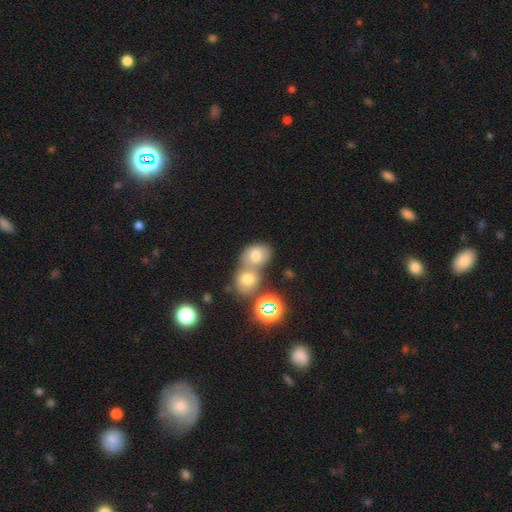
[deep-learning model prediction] Smooth or featured: smooth — 69% (star or artifact — 16%)
How rounded: in between — 53% (round — 46%)
Merging: merger — 56% (none — 32%)